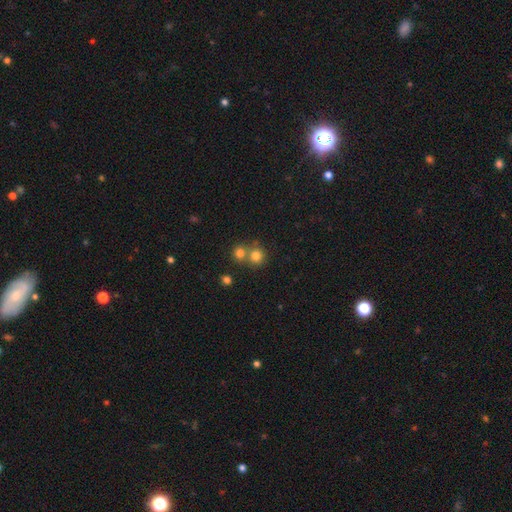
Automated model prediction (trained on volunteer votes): Smooth or featured: smooth — 77% (star or artifact — 14%)
How rounded: round — 89% (in between — 10%)
Merging: none — 53% (merger — 38%)